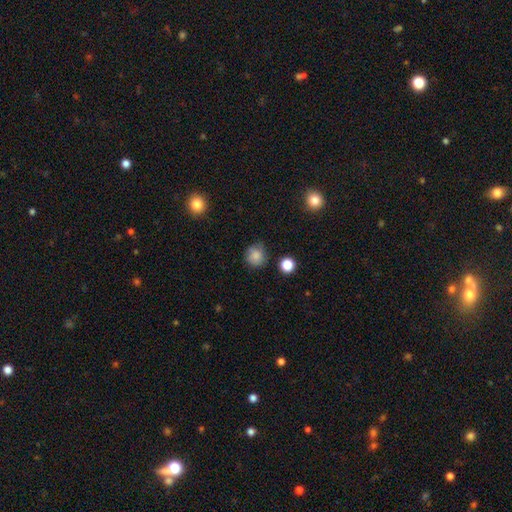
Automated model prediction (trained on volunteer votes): smooth_or_featured: smooth (p=0.83) [alt: star or artifact p=0.11]
how_rounded: round (p=0.86) [alt: in between p=0.13]
merging: none (p=0.73) [alt: minor disturbance p=0.19]